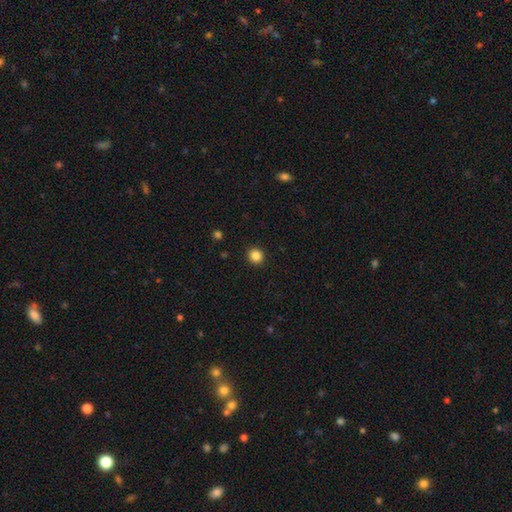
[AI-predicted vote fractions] Smooth or featured: smooth — 85% (star or artifact — 11%)
How rounded: round — 90% (in between — 9%)
Merging: none — 92% (minor disturbance — 5%)